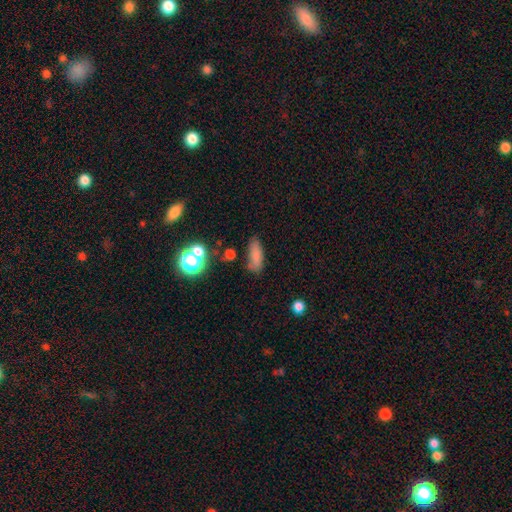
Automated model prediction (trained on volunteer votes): smooth-or-featured: smooth: 76% | star or artifact: 14% | featured or disk: 10%
  how-rounded: in between: 65% | cigar-shaped: 28% | round: 7%
  merging: none: 68% | minor disturbance: 18% | merger: 7% | major disturbance: 7%